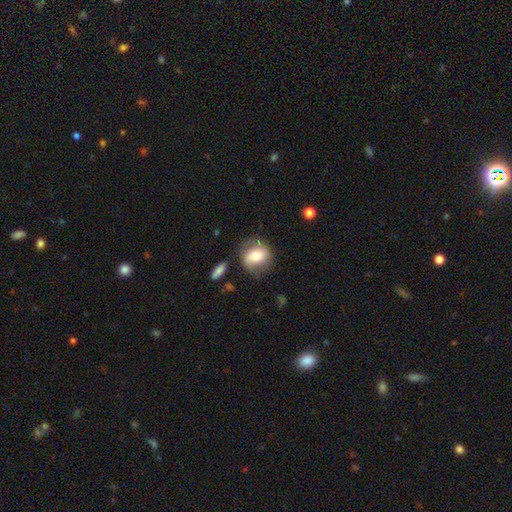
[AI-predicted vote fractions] smooth 59%, featured or disk 34%, star or artifact 8%. Down the decision tree: how rounded — round (62%); merging — none (69%).